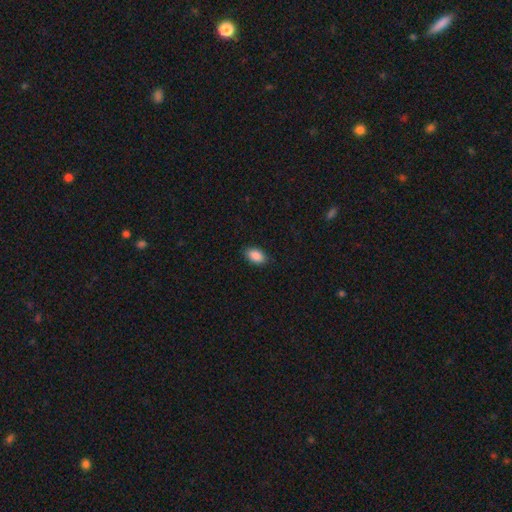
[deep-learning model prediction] Morphology: type=smooth (89%); roundness=in between (91%); merging=none (87%).